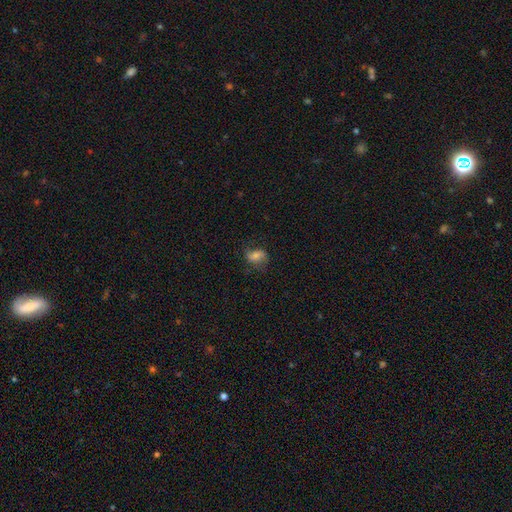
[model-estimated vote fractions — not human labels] Q: Smooth or featured?
A: smooth (56%); runner-up: featured or disk (32%)
Q: How rounded?
A: in between (73%); runner-up: round (25%)
Q: Merging?
A: none (63%); runner-up: minor disturbance (23%)